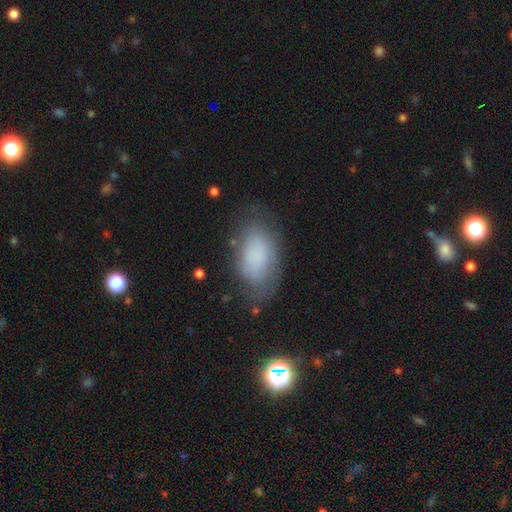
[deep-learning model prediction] Smooth or featured?
  - smooth: 72% *
  - featured or disk: 18%
  - star or artifact: 10%
How rounded?
  - in between: 92% *
  - round: 5%
  - cigar-shaped: 2%
Merging?
  - none: 65% *
  - minor disturbance: 22%
  - major disturbance: 10%
  - merger: 2%